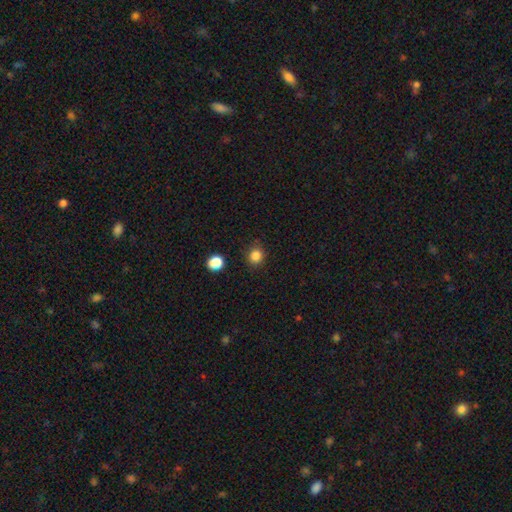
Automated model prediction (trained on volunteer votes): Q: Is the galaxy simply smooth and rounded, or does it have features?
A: smooth — 85%.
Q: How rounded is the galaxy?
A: round — 84%.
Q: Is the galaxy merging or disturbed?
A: none — 88%.